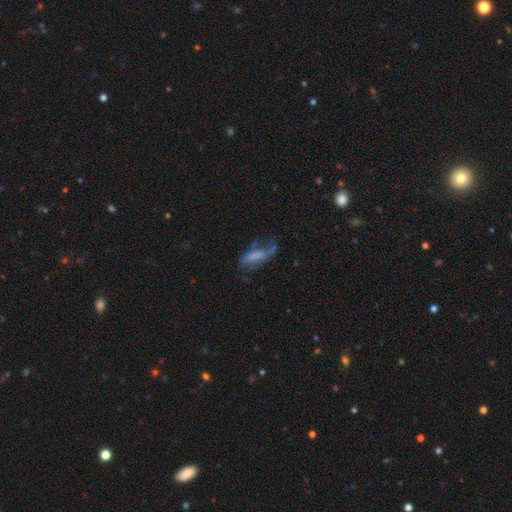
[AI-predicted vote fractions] Smooth or featured: smooth — 49% (featured or disk — 40%)
Merging: major disturbance — 38% (none — 31%)